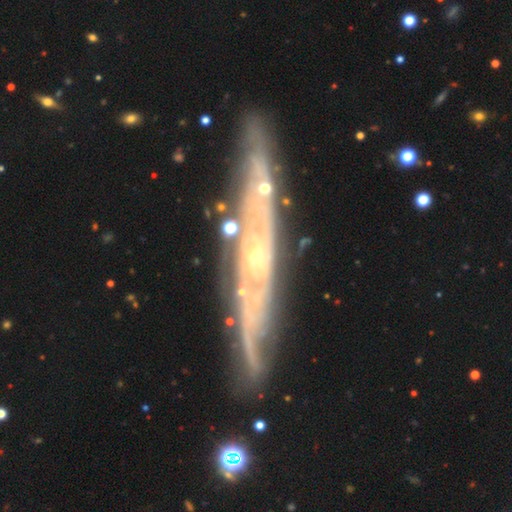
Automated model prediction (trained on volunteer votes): Morphology: type=featured or disk (80%); edge-on=yes (69%); edge-on bulge=none (60%); merging=none (81%).